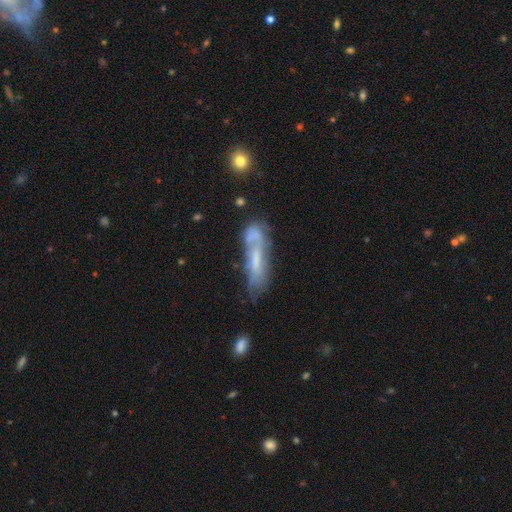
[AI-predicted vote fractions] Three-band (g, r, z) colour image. It shows a featured or disk galaxy (51%). Merging: none (43%).